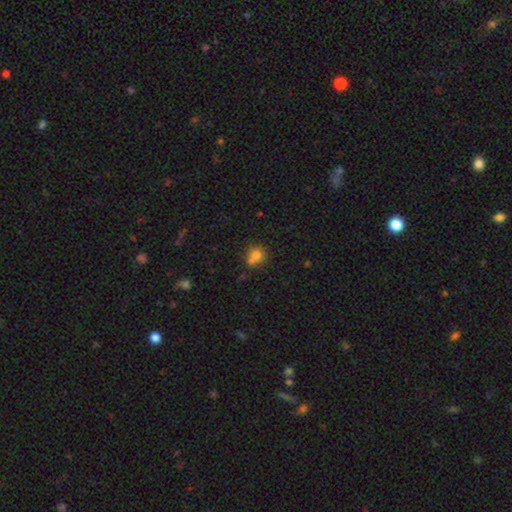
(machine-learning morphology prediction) A smooth galaxy with no disk features (76%) that is round (80%).

Vote fractions:
- Smooth or featured? smooth: 76% / star or artifact: 13% / featured or disk: 12%
- How rounded? round: 80% / in between: 19% / cigar-shaped: 1%
- Merging? none: 50% / merger: 30% / minor disturbance: 15% / major disturbance: 5%